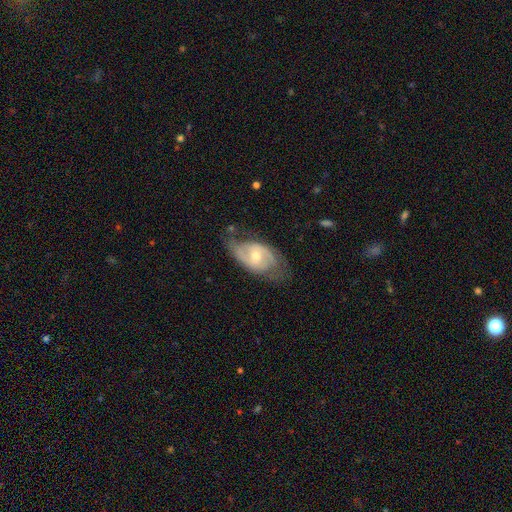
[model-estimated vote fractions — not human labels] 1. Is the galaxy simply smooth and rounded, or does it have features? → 74% featured or disk, 20% smooth, 6% star or artifact.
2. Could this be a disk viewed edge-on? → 95% no, 5% yes.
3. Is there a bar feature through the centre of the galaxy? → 50% no, 40% weak, 10% strong.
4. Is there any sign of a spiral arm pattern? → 85% yes, 15% no.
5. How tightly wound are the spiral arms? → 47% medium, 30% tight, 23% loose.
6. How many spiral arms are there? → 77% 2, 14% can't tell, 4% 1, 2% 3, 1% 4, 1% more than 4.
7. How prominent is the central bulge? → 57% moderate, 39% small, 3% large, 1% none, 1% dominant.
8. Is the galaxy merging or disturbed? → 61% none, 25% minor disturbance, 12% major disturbance, 2% merger.